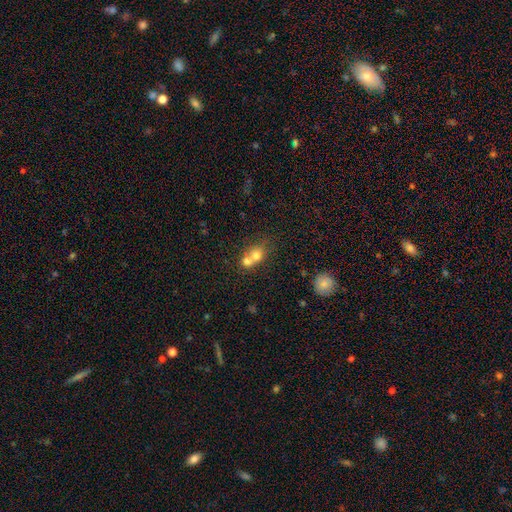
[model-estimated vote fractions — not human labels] smooth 73%, featured or disk 16%, star or artifact 12%. Down the decision tree: how rounded — round (70%); merging — merger (65%).